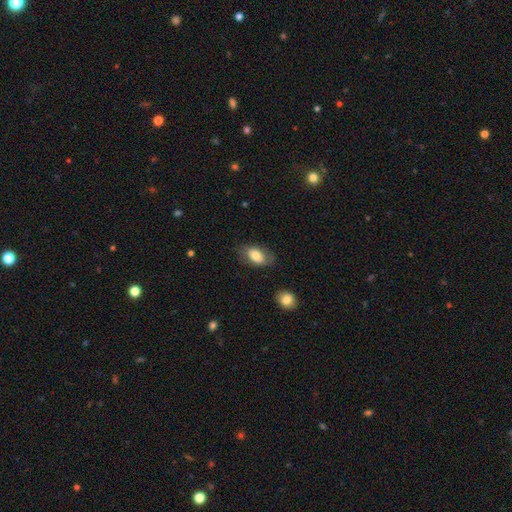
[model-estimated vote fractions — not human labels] smooth-or-featured: smooth: 75% | featured or disk: 18% | star or artifact: 7%
  how-rounded: in between: 92% | round: 6% | cigar-shaped: 2%
  merging: none: 72% | minor disturbance: 19% | major disturbance: 7% | merger: 2%